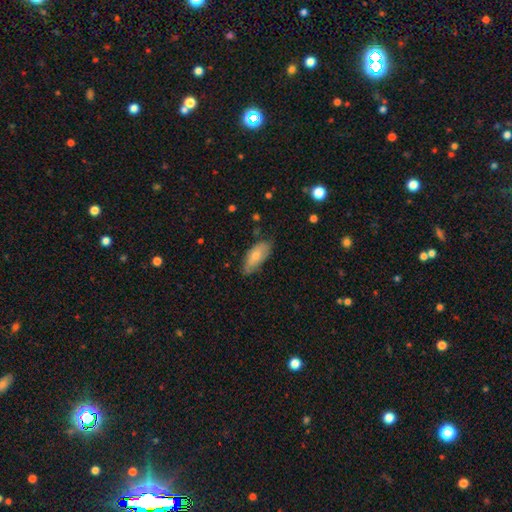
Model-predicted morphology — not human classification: A smooth galaxy with no disk features (70%) that is in between round and cigar-shaped (86%).

Vote fractions:
- Smooth or featured? smooth: 70% / featured or disk: 24% / star or artifact: 6%
- How rounded? in between: 86% / cigar-shaped: 12% / round: 2%
- Merging? none: 68% / minor disturbance: 26% / major disturbance: 5% / merger: 2%